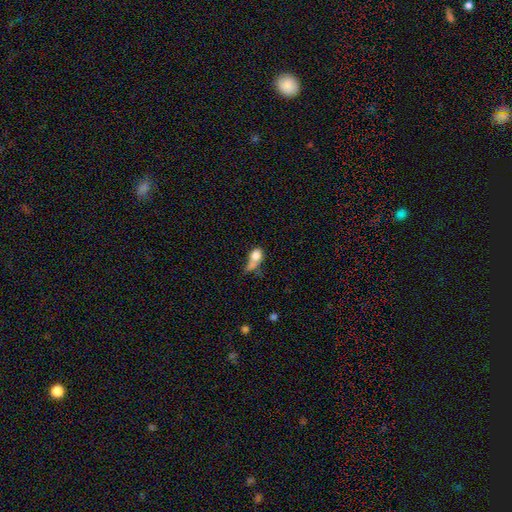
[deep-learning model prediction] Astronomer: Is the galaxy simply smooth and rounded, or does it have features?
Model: smooth — 74%.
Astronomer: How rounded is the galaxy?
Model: in between — 60%.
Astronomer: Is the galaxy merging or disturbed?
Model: merger — 33% (runner-up: major disturbance, 26%).